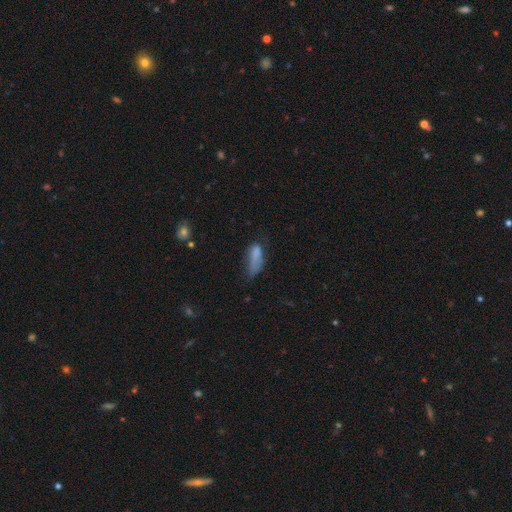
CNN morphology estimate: smooth 73%, featured or disk 15%, star or artifact 12%. Down the decision tree: how rounded — in between (68%); merging — major disturbance (35%).